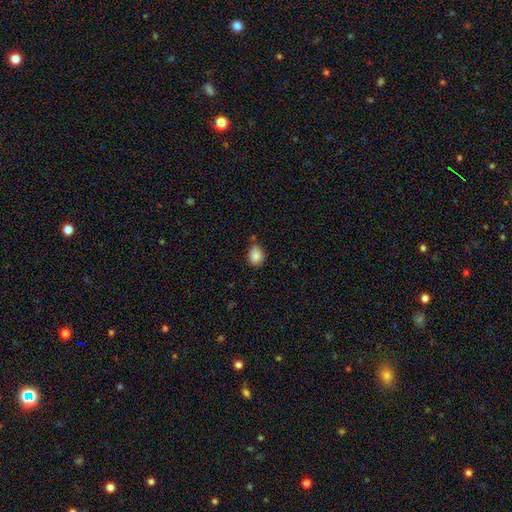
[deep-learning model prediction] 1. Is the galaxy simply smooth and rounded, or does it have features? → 87% smooth, 9% star or artifact, 4% featured or disk.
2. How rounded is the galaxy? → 56% round, 43% in between, 1% cigar-shaped.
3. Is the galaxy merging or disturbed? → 64% none, 25% minor disturbance, 7% merger, 4% major disturbance.